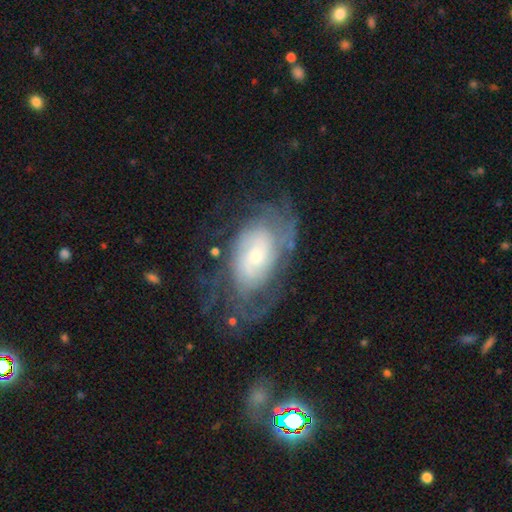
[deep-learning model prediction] This is likely a featured or disk galaxy (77%). It is clearly not viewed edge-on (95%). Bar: likely no (71%). Spiral arm pattern: clearly yes (88%). Spiral arm count: possibly can't tell (54%). Spiral winding: possibly tight (59%). Central bulge: possibly small (59%). Merging: possibly none (59%).